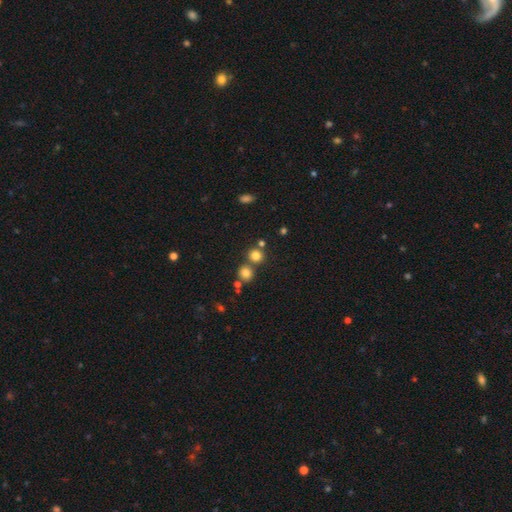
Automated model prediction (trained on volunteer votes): A smooth galaxy with no disk features (78%) that is round (89%).

Vote fractions:
- Smooth or featured? smooth: 78% / star or artifact: 15% / featured or disk: 7%
- How rounded? round: 89% / in between: 10% / cigar-shaped: 1%
- Merging? none: 68% / merger: 22% / minor disturbance: 7% / major disturbance: 3%